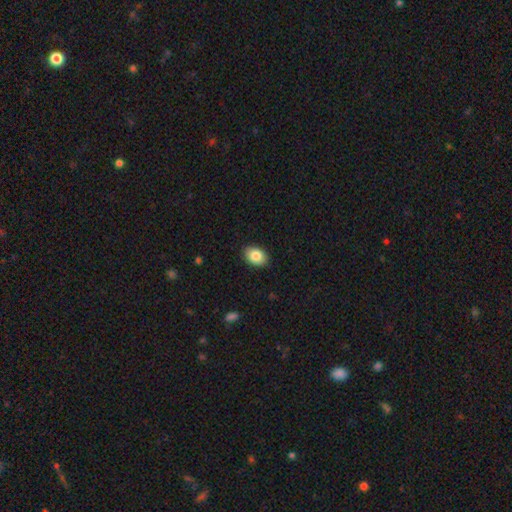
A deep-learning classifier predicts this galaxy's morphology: Q: Smooth or featured?
A: smooth (86%); runner-up: star or artifact (7%)
Q: How rounded?
A: in between (81%); runner-up: round (18%)
Q: Merging?
A: none (89%); runner-up: minor disturbance (9%)